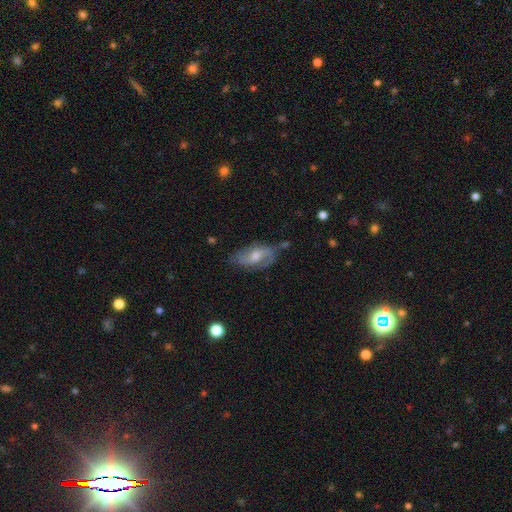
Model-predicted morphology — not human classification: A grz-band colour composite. It shows a featured or disk galaxy (68%) with no bar (49%), 2 (76%) medium (43%) spiral arms (88%) and a moderate central bulge (58%). Merging: none (69%).